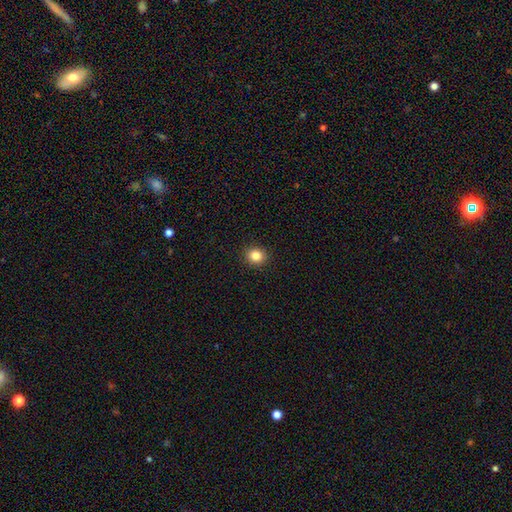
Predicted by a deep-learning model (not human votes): Smooth or featured? smooth (84%)
How rounded? round (83%)
Merging? none (92%)